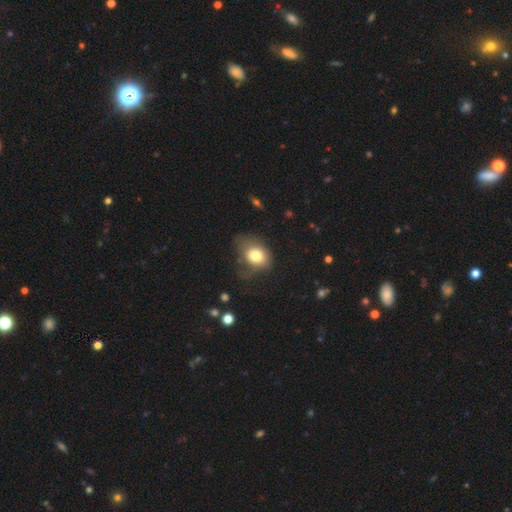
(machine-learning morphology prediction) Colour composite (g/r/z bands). It shows a smooth galaxy with no disk features (75%) that is in between round and cigar-shaped (64%). Merging: none (40%).